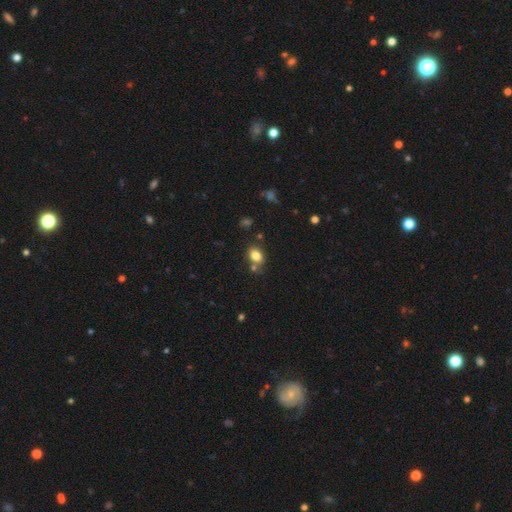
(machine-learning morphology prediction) A smooth galaxy with no disk features (81%) that is in between round and cigar-shaped (67%). Merging: none (68%).